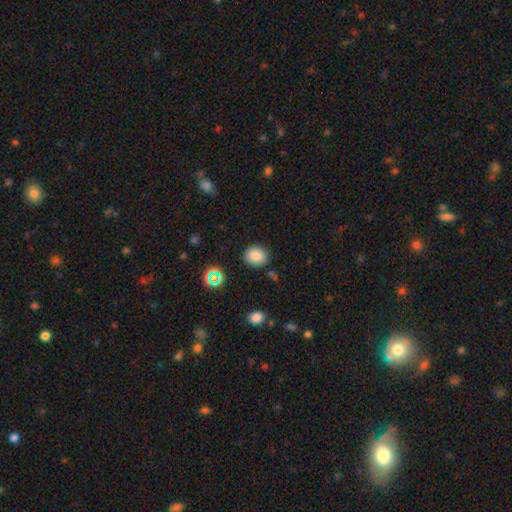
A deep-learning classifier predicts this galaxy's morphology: Smooth or featured? smooth (81%)
How rounded? round (71%)
Merging? none (85%)